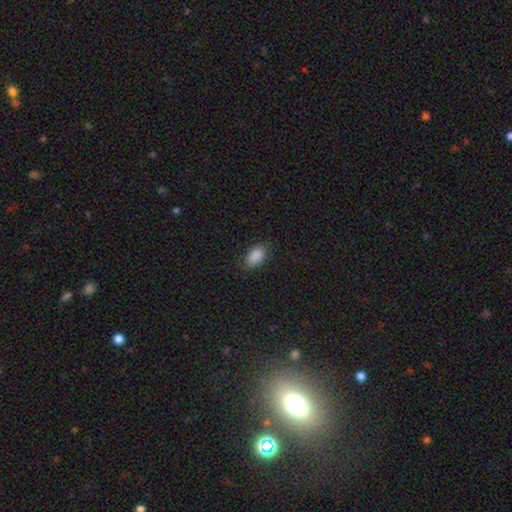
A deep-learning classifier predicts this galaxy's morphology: type=smooth (88%); roundness=in between (91%); merging=none (83%).